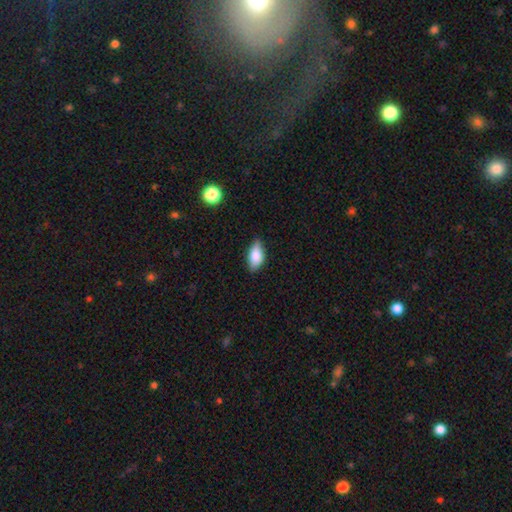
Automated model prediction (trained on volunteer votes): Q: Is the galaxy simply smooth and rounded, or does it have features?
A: smooth — 81%.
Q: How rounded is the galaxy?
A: in between — 88%.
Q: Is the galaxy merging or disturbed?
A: none — 80%.